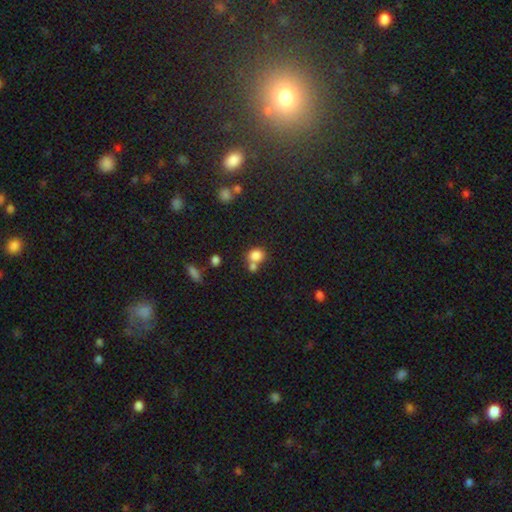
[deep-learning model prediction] Smooth or featured?
  - smooth: 80% *
  - star or artifact: 12%
  - featured or disk: 8%
How rounded?
  - round: 65% *
  - in between: 34%
  - cigar-shaped: 1%
Merging?
  - none: 47% *
  - merger: 39%
  - minor disturbance: 10%
  - major disturbance: 4%